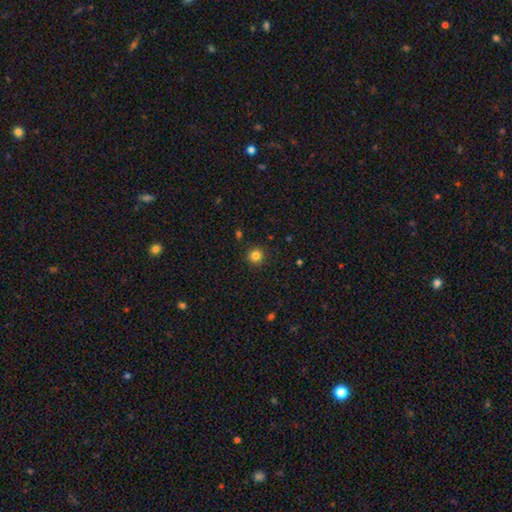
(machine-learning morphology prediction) Smooth or featured? smooth (83%)
How rounded? round (92%)
Merging? none (90%)